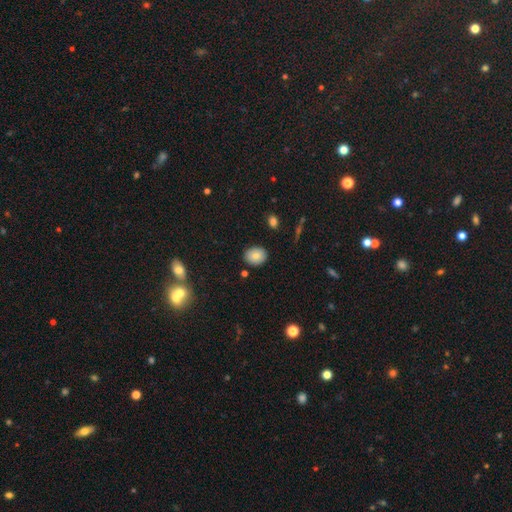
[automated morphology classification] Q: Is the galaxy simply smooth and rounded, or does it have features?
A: smooth — 80%.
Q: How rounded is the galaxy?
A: in between — 50%.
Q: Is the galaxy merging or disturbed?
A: none — 87%.